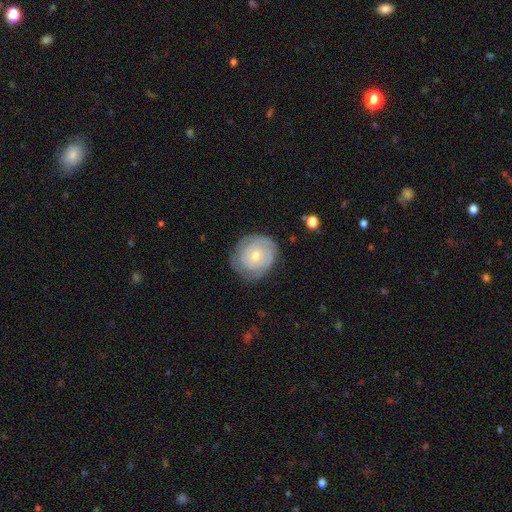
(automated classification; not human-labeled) This appears to be a featured or disk galaxy (65%) with no bar (72%), tight (73%) spiral arms (85%) and a moderate central bulge (49%). Merging: none (71%).